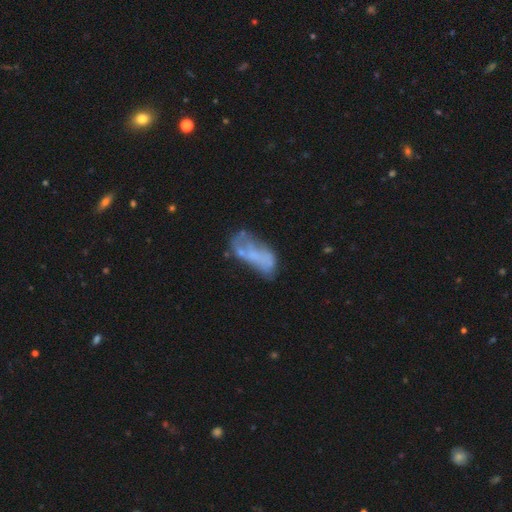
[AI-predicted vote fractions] smooth_or_featured: featured or disk (p=0.49) [alt: smooth p=0.39]
merging: none (p=0.34) [alt: major disturbance p=0.24]